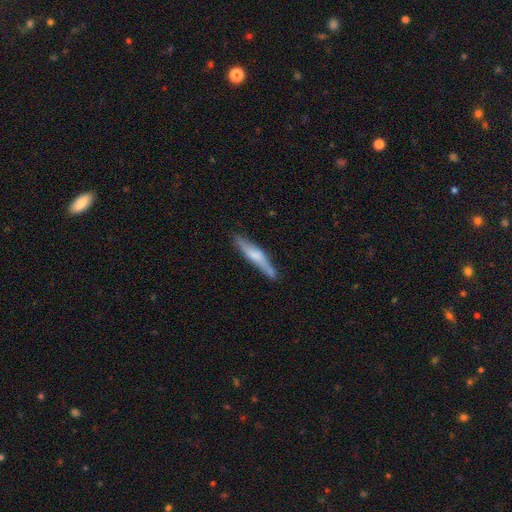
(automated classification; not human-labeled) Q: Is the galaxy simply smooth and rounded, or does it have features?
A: smooth — 50%.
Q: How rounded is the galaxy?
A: cigar-shaped — 90%.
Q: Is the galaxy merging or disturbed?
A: none — 78%.